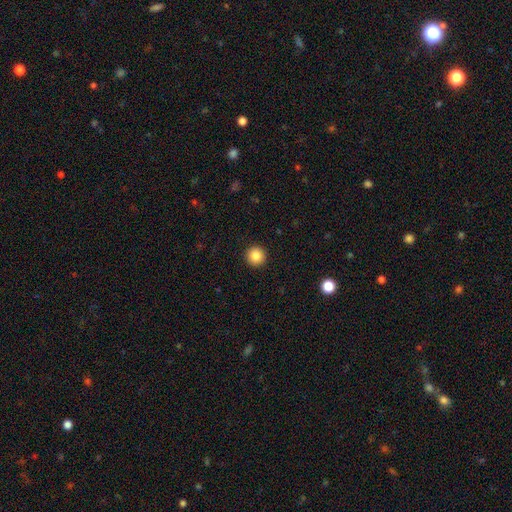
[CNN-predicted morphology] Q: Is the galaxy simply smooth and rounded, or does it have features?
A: smooth — 86%.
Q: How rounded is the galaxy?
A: round — 96%.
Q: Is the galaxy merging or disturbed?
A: none — 93%.